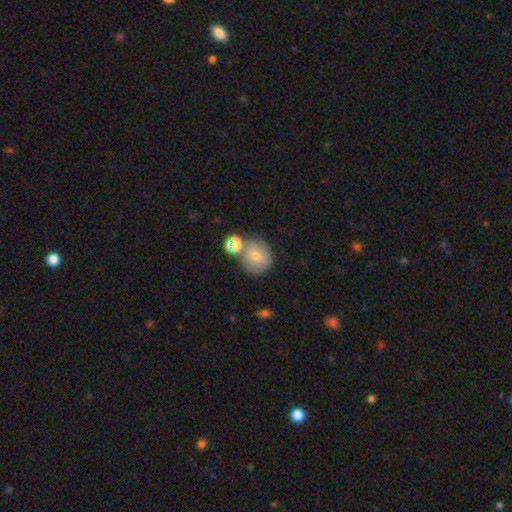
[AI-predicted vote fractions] Smooth or featured?
  - smooth: 71% *
  - featured or disk: 18%
  - star or artifact: 11%
How rounded?
  - round: 82% *
  - in between: 17%
  - cigar-shaped: 1%
Merging?
  - none: 56% *
  - merger: 26%
  - minor disturbance: 13%
  - major disturbance: 5%